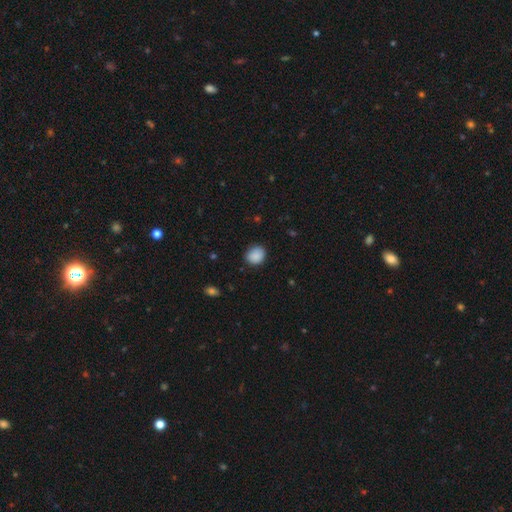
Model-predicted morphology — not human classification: smooth-or-featured: smooth: 89% | star or artifact: 8% | featured or disk: 4%
  how-rounded: round: 70% | in between: 29% | cigar-shaped: 1%
  merging: none: 82% | minor disturbance: 14% | major disturbance: 3% | merger: 1%